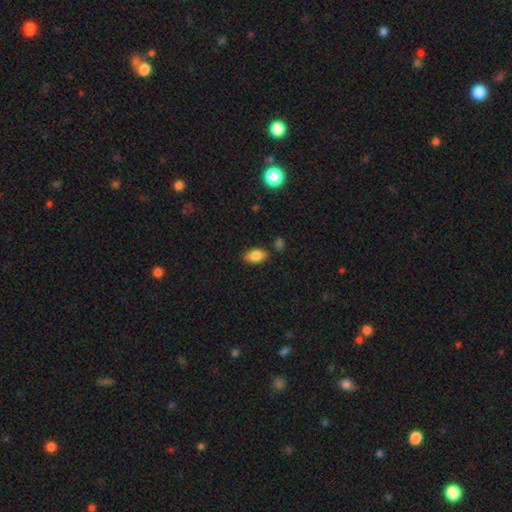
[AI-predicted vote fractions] This is likely a smooth galaxy (80%). How rounded: clearly in between (89%). Merging: likely none (79%).